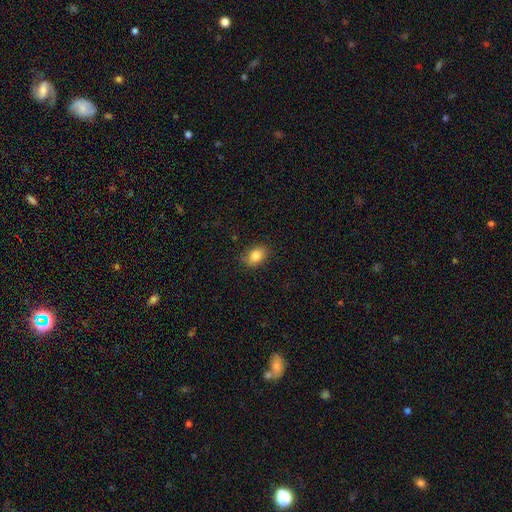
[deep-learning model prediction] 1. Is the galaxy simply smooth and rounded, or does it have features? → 84% smooth, 9% star or artifact, 7% featured or disk.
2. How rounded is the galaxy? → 76% in between, 22% round, 1% cigar-shaped.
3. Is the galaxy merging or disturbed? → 83% none, 13% minor disturbance, 3% major disturbance, 1% merger.